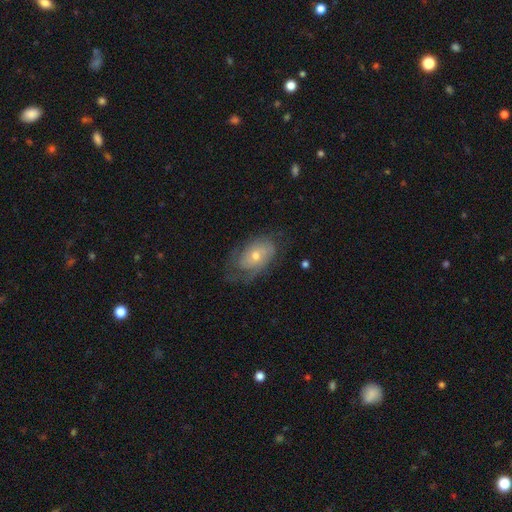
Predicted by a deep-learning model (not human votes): A featured or disk galaxy (61%) with no bar (78%), spiral arms (76%) and a moderate central bulge (52%).

Vote fractions:
- Smooth or featured? featured or disk: 61% / smooth: 32% / star or artifact: 7%
- Edge-on disk? no: 94% / yes: 6%
- Bar? no: 78% / weak: 18% / strong: 3%
- Spiral arms? yes: 76% / no: 24%
- Bulge size? moderate: 52% / small: 43% / large: 3% / none: 1% / dominant: 1%
- Merging? none: 55% / minor disturbance: 26% / major disturbance: 18% / merger: 1%